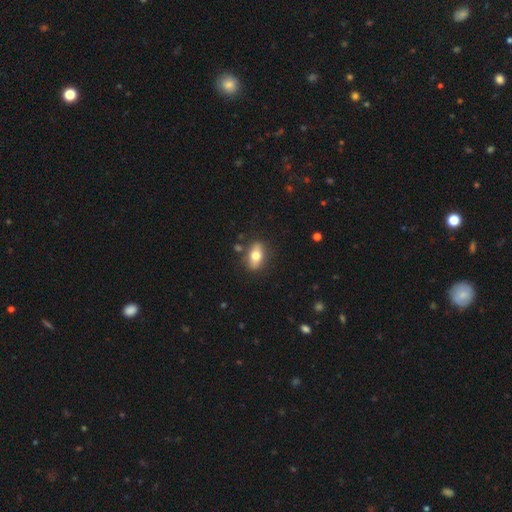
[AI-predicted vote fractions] Q: Smooth or featured?
A: smooth (64%); runner-up: featured or disk (29%)
Q: How rounded?
A: in between (81%); runner-up: cigar-shaped (10%)
Q: Merging?
A: none (83%); runner-up: minor disturbance (11%)